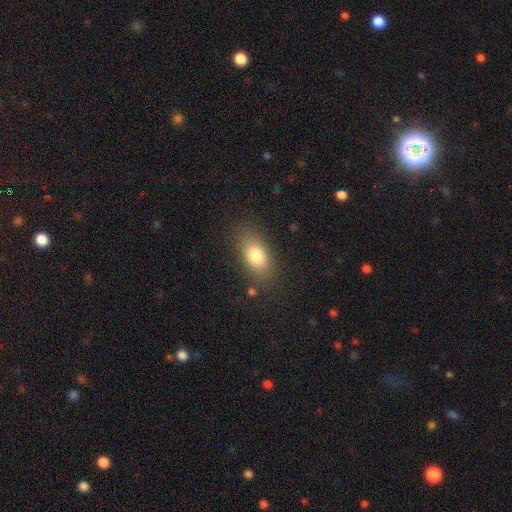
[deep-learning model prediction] This appears to be a smooth galaxy with no disk features (80%) that is in between round and cigar-shaped (86%). Merging: none (80%).